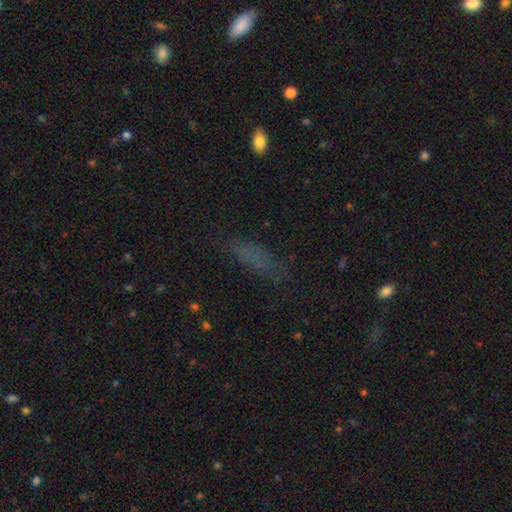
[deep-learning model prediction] A smooth galaxy with no disk features (59%) that is cigar-shaped (59%).

Vote fractions:
- Smooth or featured? smooth: 59% / star or artifact: 25% / featured or disk: 16%
- How rounded? cigar-shaped: 59% / in between: 37% / round: 4%
- Merging? none: 74% / minor disturbance: 16% / major disturbance: 8% / merger: 2%